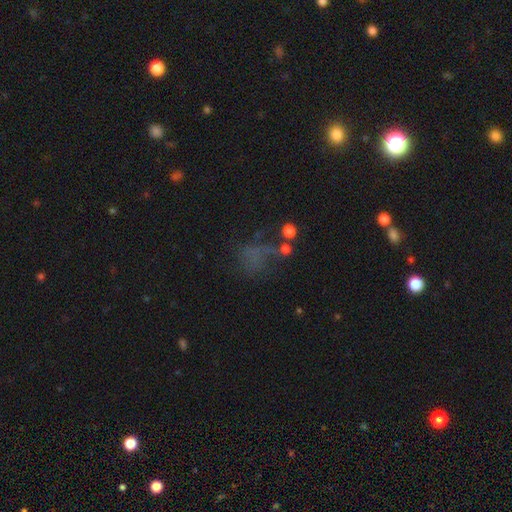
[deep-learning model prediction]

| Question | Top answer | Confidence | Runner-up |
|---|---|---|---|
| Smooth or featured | star or artifact | 38% | tied: smooth (38%) |